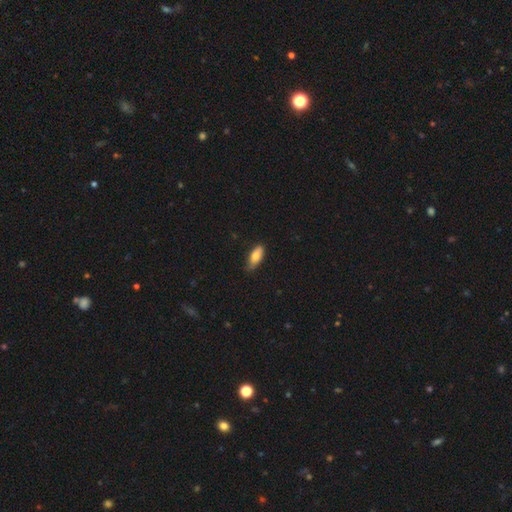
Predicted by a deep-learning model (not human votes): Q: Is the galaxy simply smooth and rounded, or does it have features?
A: smooth — 80%.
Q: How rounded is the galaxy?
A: in between — 81%.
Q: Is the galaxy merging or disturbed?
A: none — 73%.